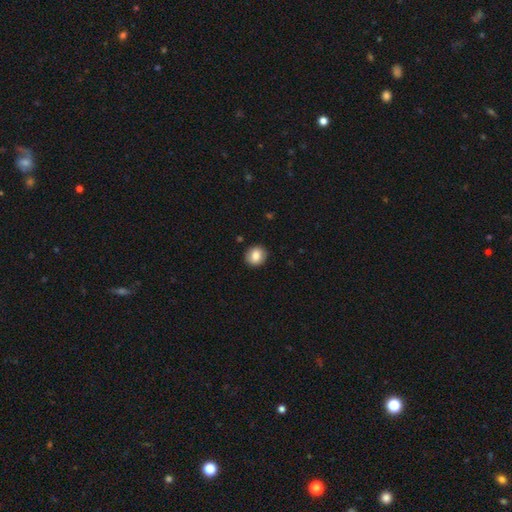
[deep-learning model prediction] Morphology: type=smooth (83%); roundness=round (86%); merging=none (91%).